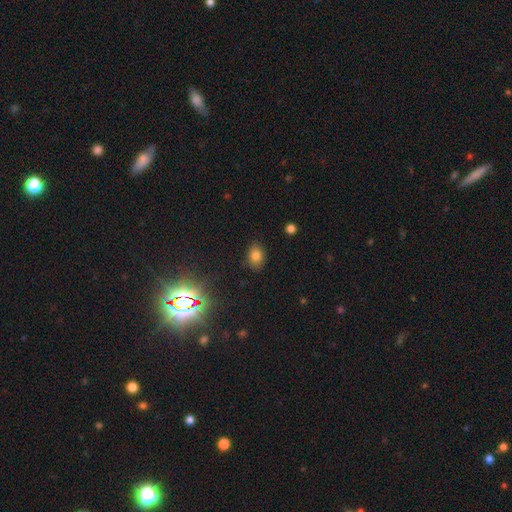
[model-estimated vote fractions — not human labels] This appears to be a smooth galaxy with no disk features (78%) that is in between round and cigar-shaped (73%). Merging: none (85%).